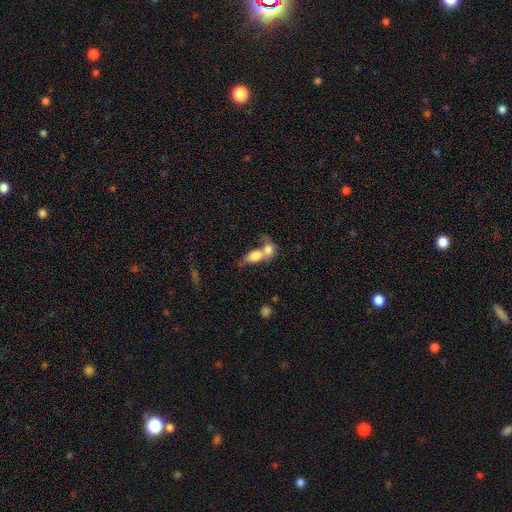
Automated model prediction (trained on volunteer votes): Q: Smooth or featured?
A: smooth (74%); runner-up: featured or disk (18%)
Q: How rounded?
A: in between (68%); runner-up: round (27%)
Q: Merging?
A: merger (74%); runner-up: none (15%)